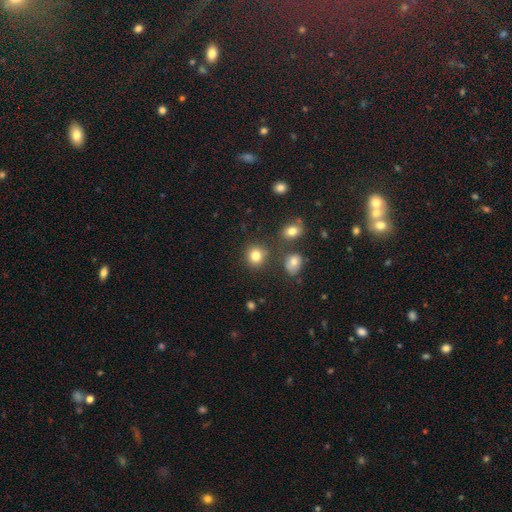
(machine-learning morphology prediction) smooth-or-featured: smooth: 81% | star or artifact: 12% | featured or disk: 7%
  how-rounded: round: 85% | in between: 15% | cigar-shaped: 1%
  merging: none: 81% | minor disturbance: 9% | merger: 7% | major disturbance: 3%